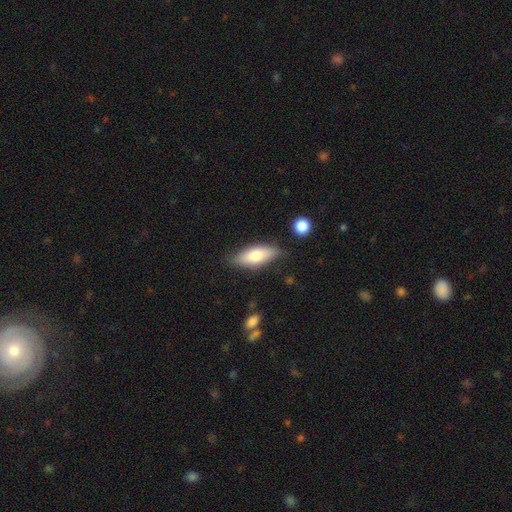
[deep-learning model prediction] Smooth or featured: smooth — 72% (featured or disk — 21%)
How rounded: in between — 75% (cigar-shaped — 22%)
Merging: none — 78% (minor disturbance — 16%)